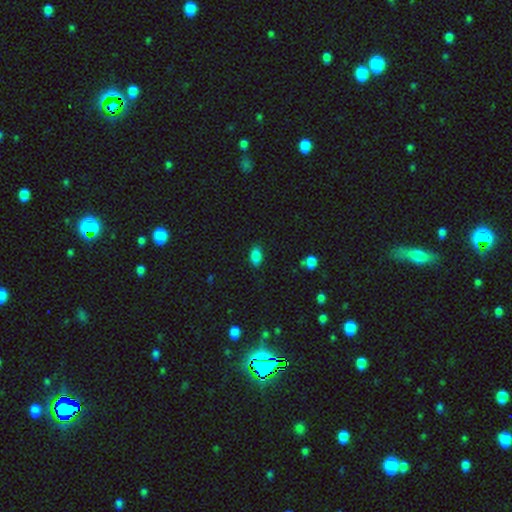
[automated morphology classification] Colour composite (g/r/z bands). It shows a smooth galaxy with no disk features (85%) that is in between round and cigar-shaped (90%). Merging: none (82%).